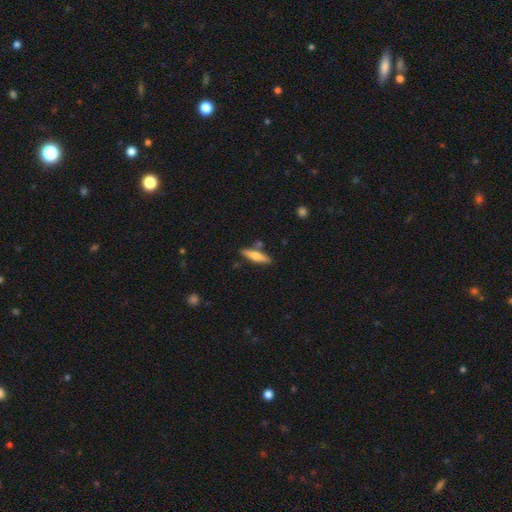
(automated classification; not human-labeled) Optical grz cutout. It shows a smooth galaxy with no disk features (62%) that is cigar-shaped (74%). Merging: none (79%).